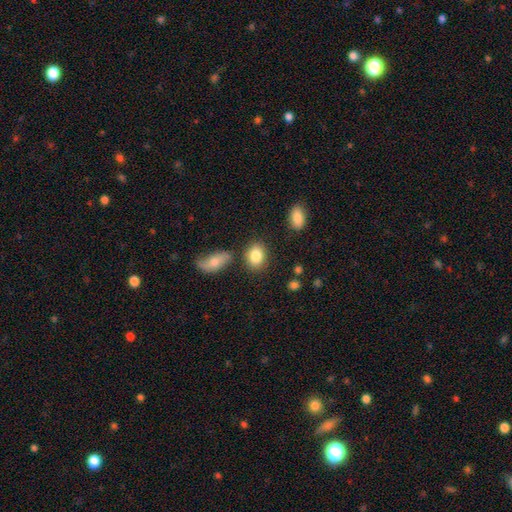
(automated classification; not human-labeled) Overall: smooth (83%). How rounded: in between (70%). Merging: none (76%).